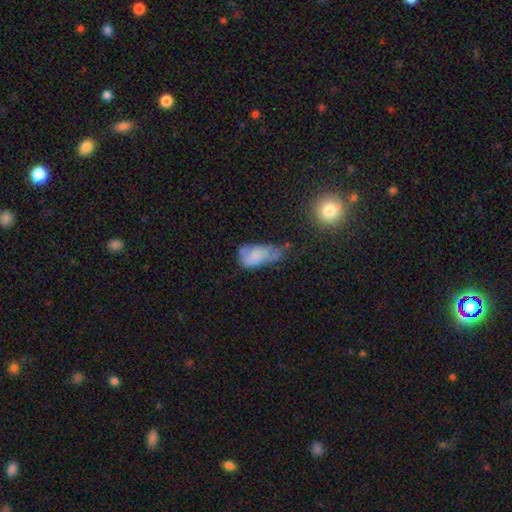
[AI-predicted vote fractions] smooth_or_featured: smooth (p=0.59) [alt: featured or disk p=0.30]
how_rounded: in between (p=0.87) [alt: round p=0.08]
merging: major disturbance (p=0.33) [alt: minor disturbance p=0.31]